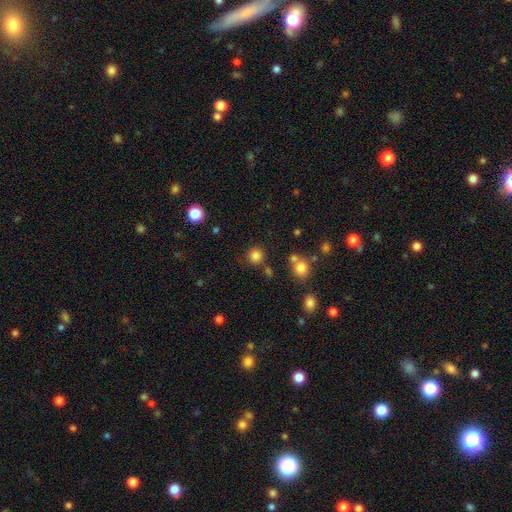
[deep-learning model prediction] smooth_or_featured: smooth (p=0.82) [alt: star or artifact p=0.13]
how_rounded: round (p=0.93) [alt: in between p=0.06]
merging: none (p=0.82) [alt: minor disturbance p=0.08]